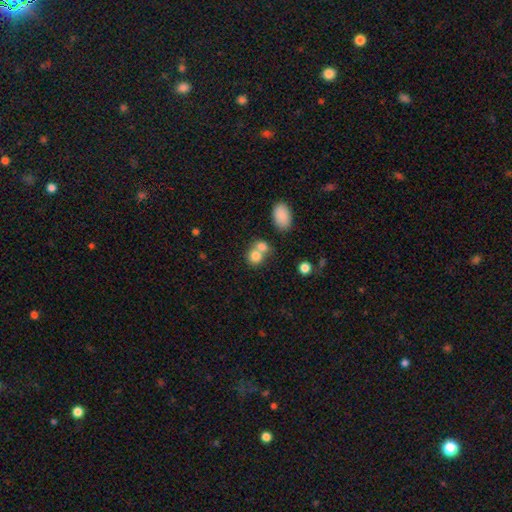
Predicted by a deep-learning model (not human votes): Smooth or featured?
  - smooth: 77% *
  - featured or disk: 12%
  - star or artifact: 10%
How rounded?
  - round: 69% *
  - in between: 29%
  - cigar-shaped: 1%
Merging?
  - merger: 55% *
  - none: 35%
  - minor disturbance: 7%
  - major disturbance: 3%